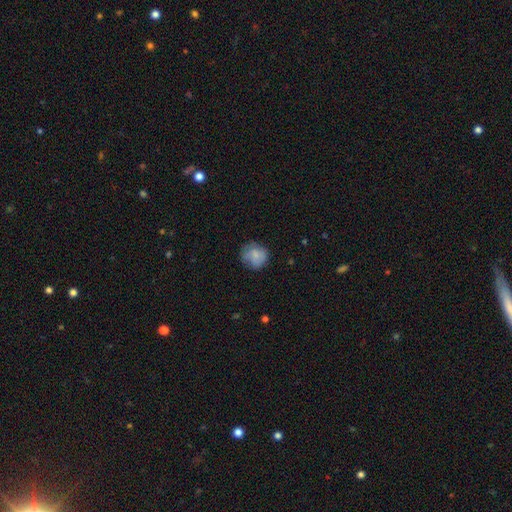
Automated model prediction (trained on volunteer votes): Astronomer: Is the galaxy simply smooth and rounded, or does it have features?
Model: smooth — 75%.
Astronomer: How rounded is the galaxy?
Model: round — 85%.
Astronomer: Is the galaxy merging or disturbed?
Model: none — 70%.